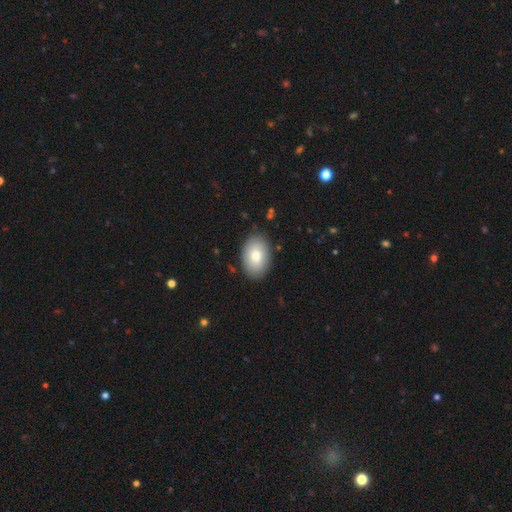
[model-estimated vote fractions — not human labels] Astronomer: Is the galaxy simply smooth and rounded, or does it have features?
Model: smooth — 81%.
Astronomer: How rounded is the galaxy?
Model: in between — 90%.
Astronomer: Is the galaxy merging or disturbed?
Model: none — 86%.